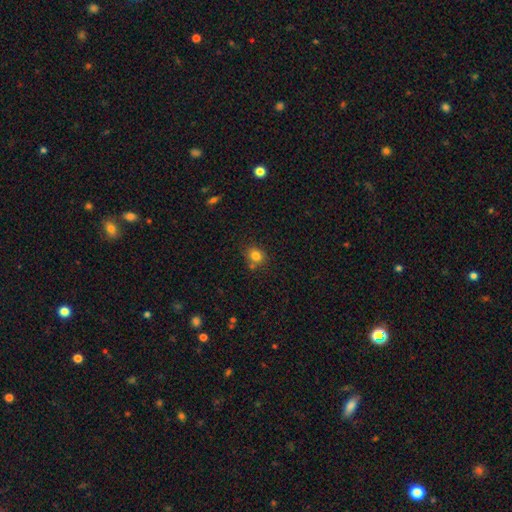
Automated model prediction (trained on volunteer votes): smooth_or_featured: smooth (p=0.81) [alt: star or artifact p=0.12]
how_rounded: round (p=0.67) [alt: in between p=0.33]
merging: none (p=0.68) [alt: minor disturbance p=0.14]